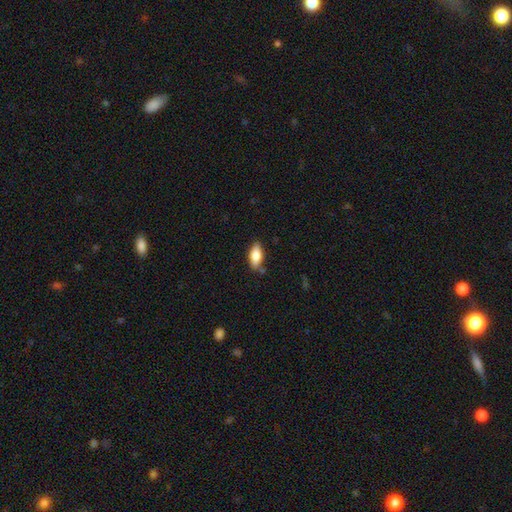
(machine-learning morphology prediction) Q: Smooth or featured?
A: smooth (77%); runner-up: featured or disk (16%)
Q: How rounded?
A: in between (85%); runner-up: cigar-shaped (13%)
Q: Merging?
A: none (80%); runner-up: minor disturbance (15%)